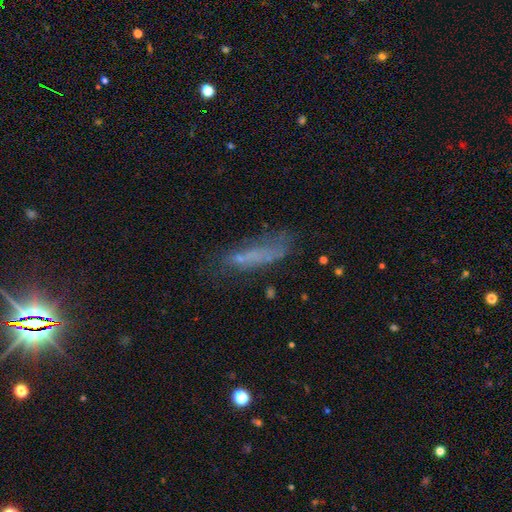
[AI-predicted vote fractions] smooth 51%, featured or disk 31%, star or artifact 17%. Down the decision tree: how rounded — cigar-shaped (64%); merging — none (45%).